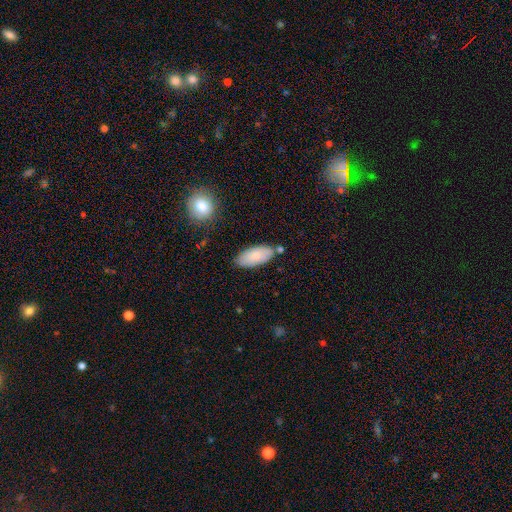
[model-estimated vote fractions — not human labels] A smooth galaxy with no disk features (83%) that is in between round and cigar-shaped (91%).

Vote fractions:
- Smooth or featured? smooth: 83% / featured or disk: 11% / star or artifact: 6%
- How rounded? in between: 91% / cigar-shaped: 7% / round: 2%
- Merging? none: 75% / minor disturbance: 16% / merger: 6% / major disturbance: 3%